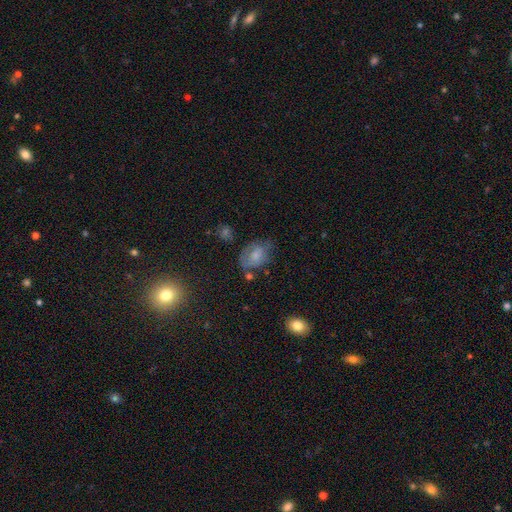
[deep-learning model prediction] smooth 63%, featured or disk 26%, star or artifact 11%. Down the decision tree: how rounded — in between (72%); merging — none (46%).